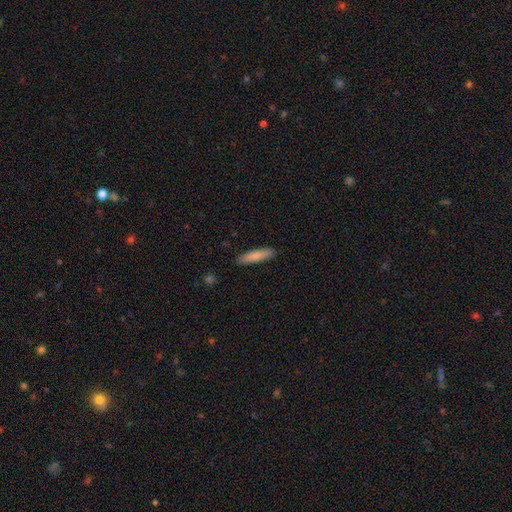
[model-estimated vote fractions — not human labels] Smooth or featured? smooth (82%)
How rounded? cigar-shaped (82%)
Merging? none (88%)